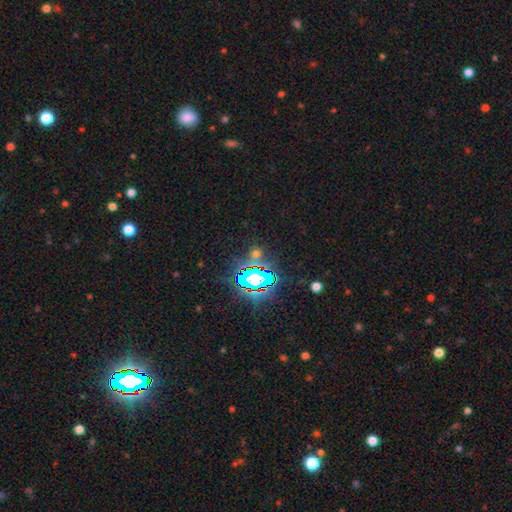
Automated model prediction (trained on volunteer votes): Smooth or featured: star or artifact — 75% (smooth — 16%)